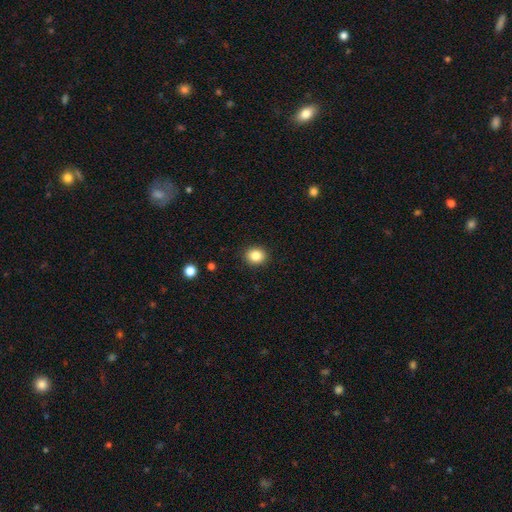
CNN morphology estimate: This is clearly a smooth galaxy (85%). How rounded: likely round (76%). Merging: clearly none (91%).